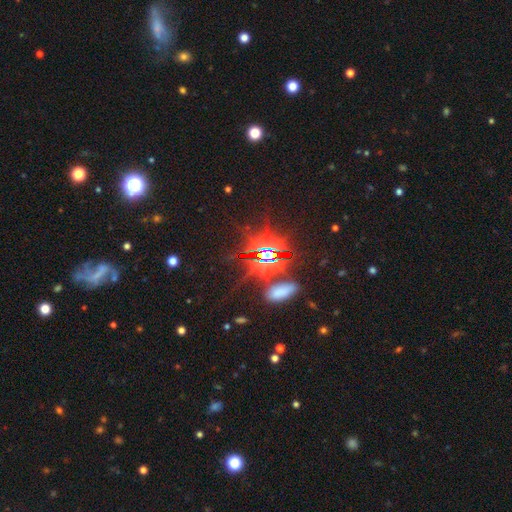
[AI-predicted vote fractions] Smooth or featured?
  - star or artifact: 81% *
  - smooth: 10%
  - featured or disk: 9%